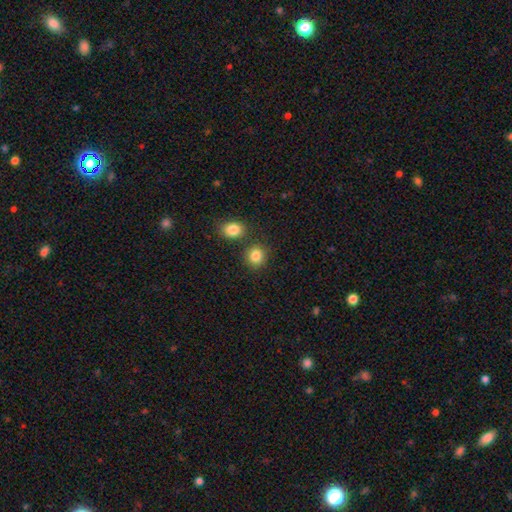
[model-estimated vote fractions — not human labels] The model was most divided on "how rounded": round: 78%, in between: 21%, cigar-shaped: 1%. More confident: smooth or featured — smooth (85%); merging — none (77%).